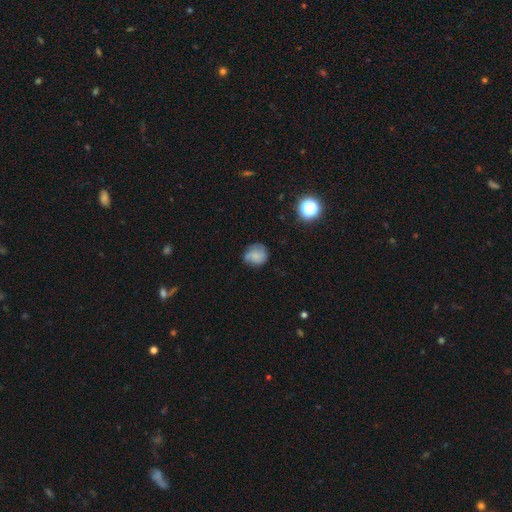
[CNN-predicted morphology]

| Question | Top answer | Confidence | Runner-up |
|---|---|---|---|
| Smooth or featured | smooth | 62% | featured or disk (27%) |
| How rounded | round | 78% | in between (21%) |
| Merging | none | 67% | minor disturbance (23%) |